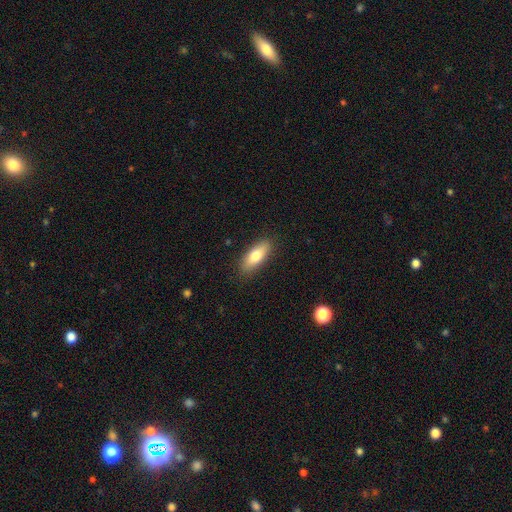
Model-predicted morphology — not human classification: smooth-or-featured: smooth: 76% | featured or disk: 18% | star or artifact: 6%
  how-rounded: in between: 67% | cigar-shaped: 30% | round: 3%
  merging: none: 87% | minor disturbance: 10% | major disturbance: 2% | merger: 1%